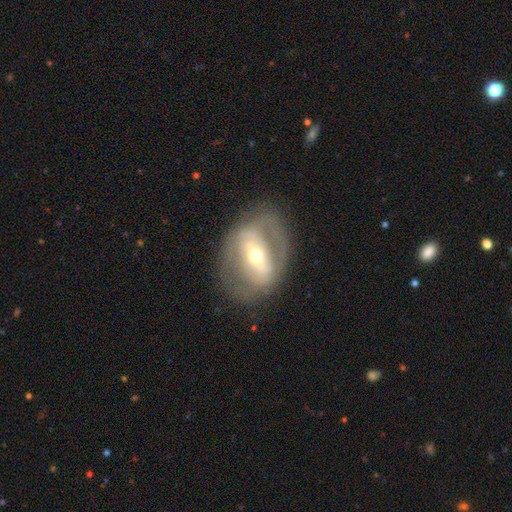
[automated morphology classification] smooth-or-featured: featured or disk: 73% | smooth: 20% | star or artifact: 7%
  disk-edge-on: no: 92% | yes: 8%
    bar: strong: 50% | weak: 29% | no: 21%
    has-spiral-arms: yes: 54% | no: 46%
    bulge-size: small: 47% | moderate: 46% | large: 5% | dominant: 1% | none: 1%
  merging: none: 69% | minor disturbance: 17% | major disturbance: 13% | merger: 1%